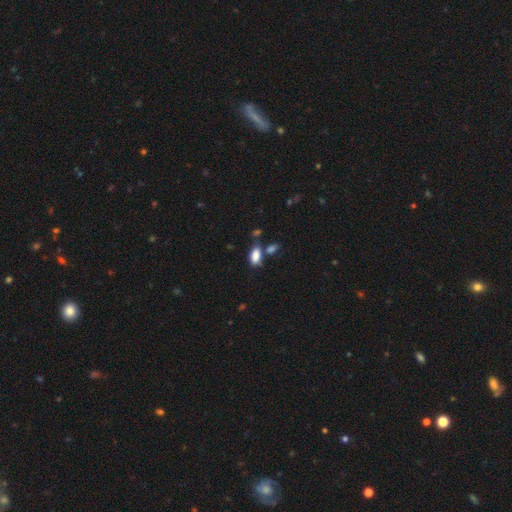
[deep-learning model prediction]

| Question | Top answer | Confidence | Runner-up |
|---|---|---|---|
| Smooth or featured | smooth | 86% | star or artifact (9%) |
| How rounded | in between | 91% | cigar-shaped (5%) |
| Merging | none | 59% | merger (20%) |